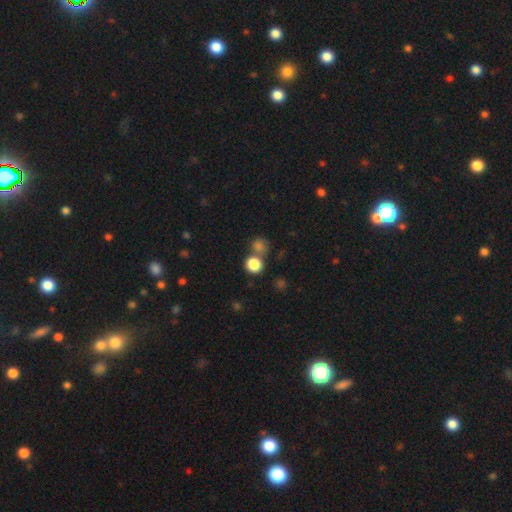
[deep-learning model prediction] Overall: star or artifact (51%; smooth 38%).